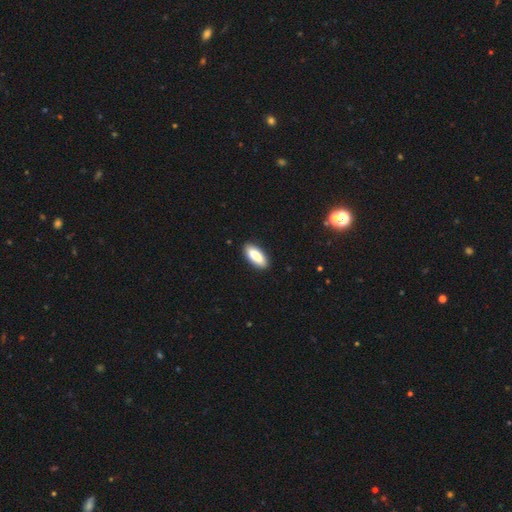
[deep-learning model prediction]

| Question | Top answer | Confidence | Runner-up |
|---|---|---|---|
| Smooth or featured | smooth | 86% | featured or disk (8%) |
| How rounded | in between | 82% | cigar-shaped (17%) |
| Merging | none | 90% | minor disturbance (8%) |